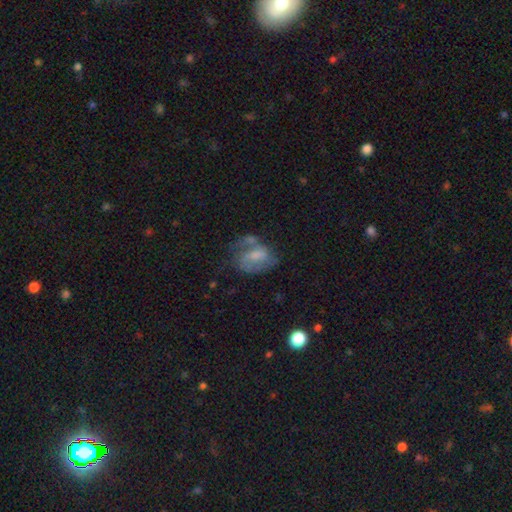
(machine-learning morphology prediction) Overall: featured or disk (55%; smooth 36%). Edge-on disk: no (96%). Bar: weak (44%; no 40%). Spiral arms: yes (64%; no 36%). Bulge size: small (35%, tied with moderate). Merging: none (37%; minor disturbance 25%).